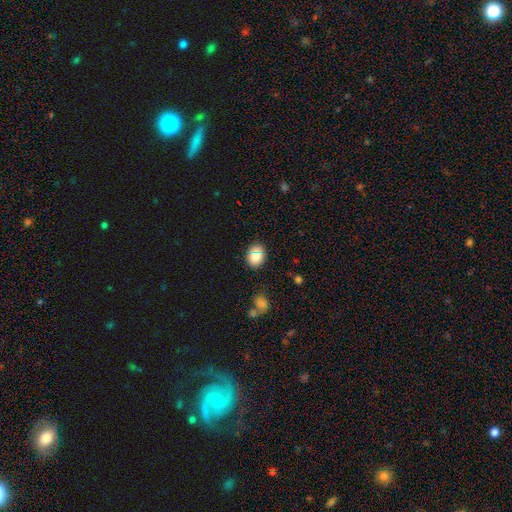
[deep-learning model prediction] Morphology: type=smooth (74%); roundness=round (54%); merging=none (84%).